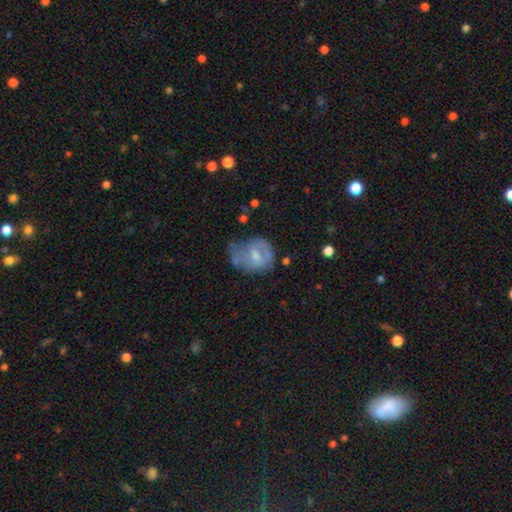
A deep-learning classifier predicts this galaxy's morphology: featured or disk 47%, smooth 45%, star or artifact 8%. Down the decision tree: merging — none (34%).